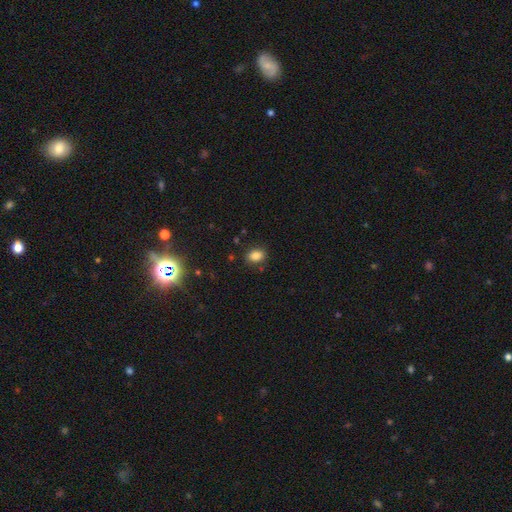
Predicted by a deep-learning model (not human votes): Smooth or featured? smooth (84%)
How rounded? in between (66%)
Merging? none (83%)